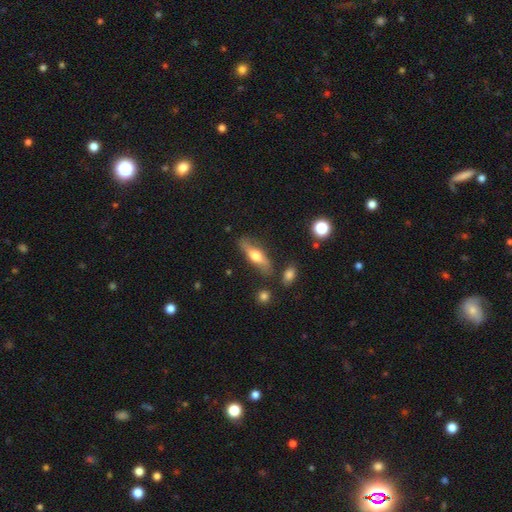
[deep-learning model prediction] smooth_or_featured: featured or disk (p=0.48) [alt: smooth p=0.46]
merging: none (p=0.76) [alt: minor disturbance p=0.16]